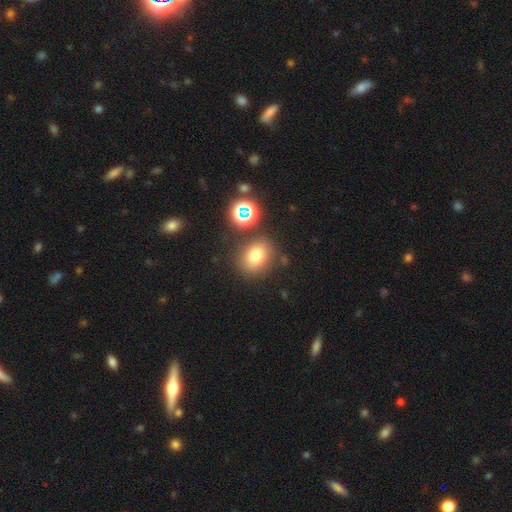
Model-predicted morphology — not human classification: A smooth galaxy with no disk features (73%) that is round (55%).

Vote fractions:
- Smooth or featured? smooth: 73% / star or artifact: 17% / featured or disk: 10%
- How rounded? round: 55% / in between: 44% / cigar-shaped: 1%
- Merging? none: 77% / minor disturbance: 11% / merger: 7% / major disturbance: 4%